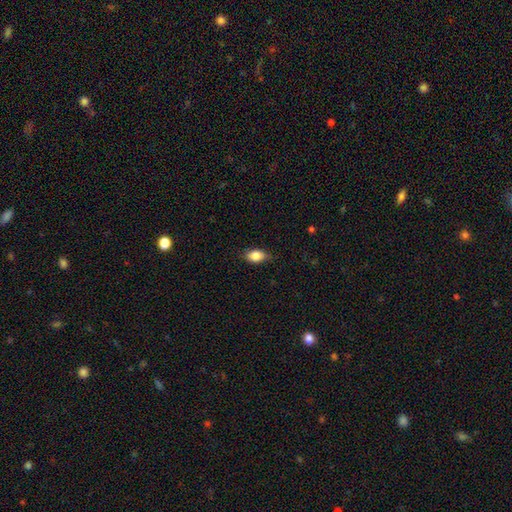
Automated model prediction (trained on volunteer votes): A smooth galaxy with no disk features (84%) that is in between round and cigar-shaped (85%). Merging: none (79%).